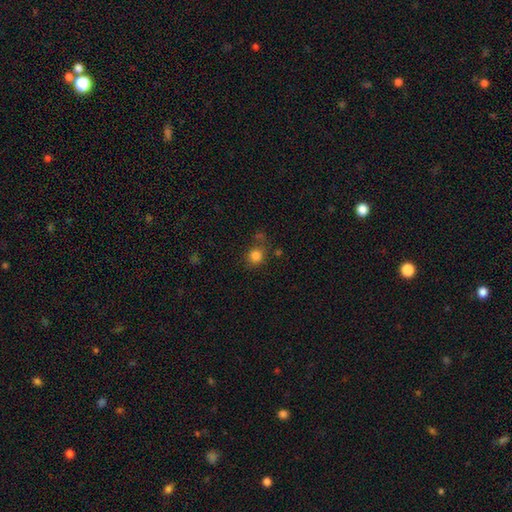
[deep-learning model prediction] Q: Smooth or featured?
A: smooth (83%); runner-up: star or artifact (12%)
Q: How rounded?
A: round (84%); runner-up: in between (15%)
Q: Merging?
A: none (66%); runner-up: minor disturbance (16%)